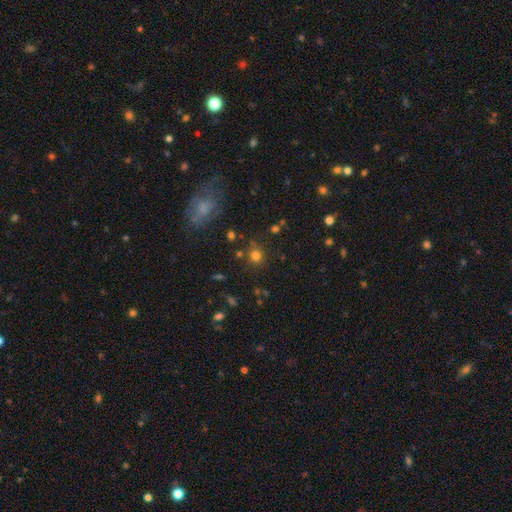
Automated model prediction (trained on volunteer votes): This is likely a smooth galaxy (75%). How rounded: clearly round (90%). Merging: clearly none (81%).